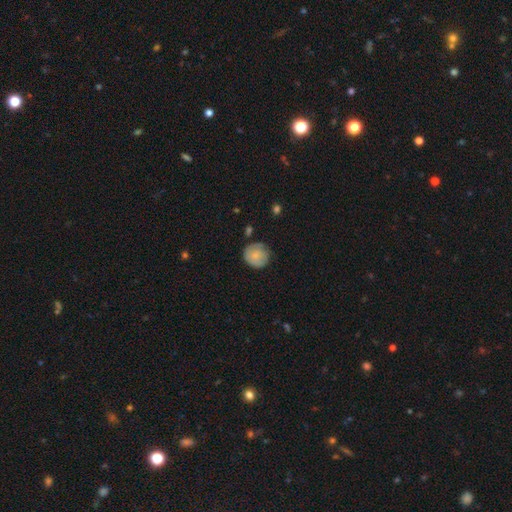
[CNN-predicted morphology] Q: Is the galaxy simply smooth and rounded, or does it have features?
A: smooth — 73%.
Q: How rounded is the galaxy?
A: round — 88%.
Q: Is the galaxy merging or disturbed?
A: none — 73%.